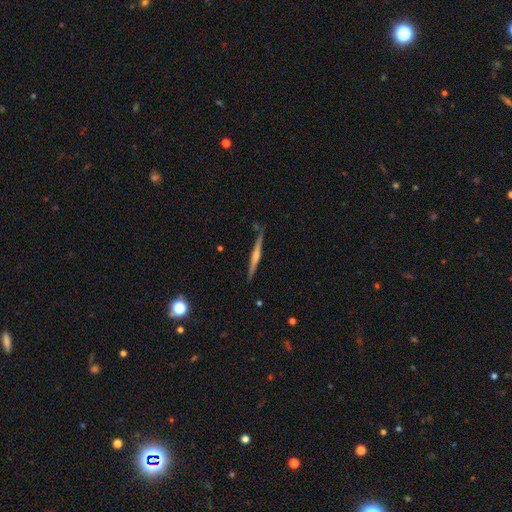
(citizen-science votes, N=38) This is clearly a featured or disk galaxy (82%). It is clearly viewed edge-on (100%). Edge-on bulge: clearly rounded (90%). Merging: clearly none (95%).